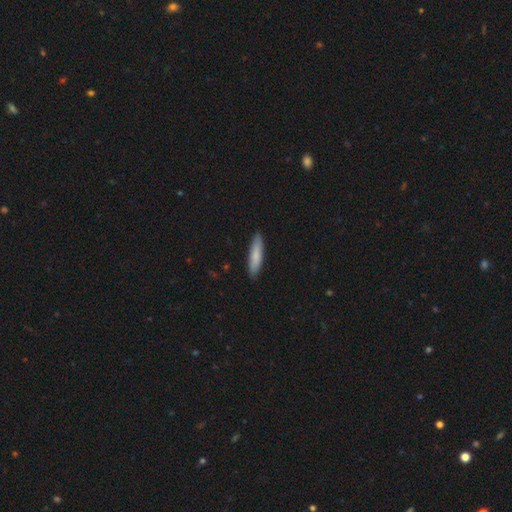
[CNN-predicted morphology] smooth_or_featured: smooth (p=0.81) [alt: featured or disk p=0.13]
how_rounded: cigar-shaped (p=0.80) [alt: in between p=0.19]
merging: none (p=0.89) [alt: minor disturbance p=0.08]